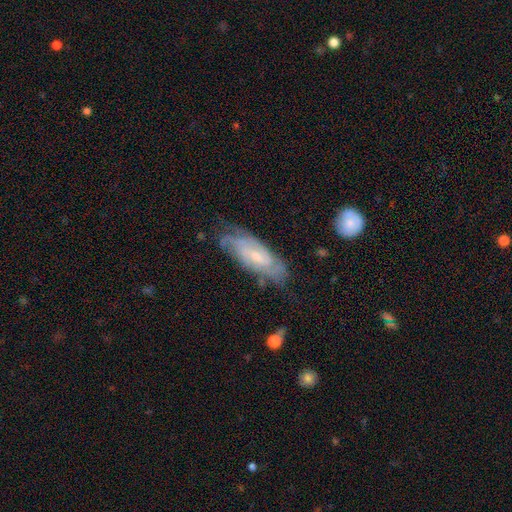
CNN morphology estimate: Smooth or featured?
  - featured or disk: 73% *
  - smooth: 20%
  - star or artifact: 7%
Edge-on disk?
  - no: 87% *
  - yes: 13%
Bar?
  - no: 45% *
  - weak: 44%
  - strong: 11%
Spiral arms?
  - yes: 90% *
  - no: 10%
Spiral winding?
  - tight: 57% *
  - medium: 33%
  - loose: 10%
Spiral arm count?
  - can't tell: 49% *
  - 2: 26%
  - 3: 12%
  - 4: 6%
  - 1: 4%
  - more than 4: 3%
Bulge size?
  - small: 60% *
  - moderate: 33%
  - none: 4%
  - large: 2%
  - dominant: 1%
Merging?
  - none: 65% *
  - minor disturbance: 25%
  - major disturbance: 8%
  - merger: 2%